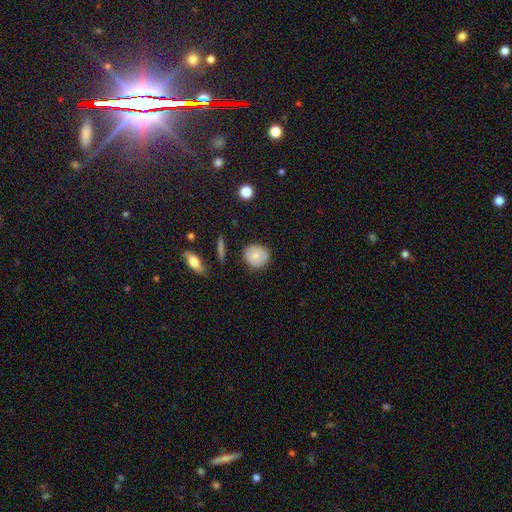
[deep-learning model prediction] Overall: smooth (79%). How rounded: round (86%). Merging: none (83%).